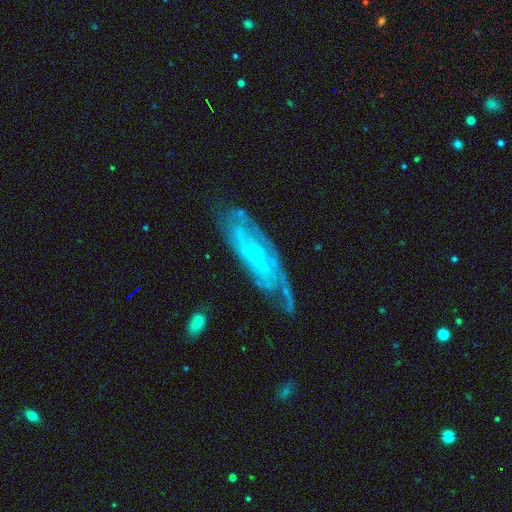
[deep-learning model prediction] Overall: featured or disk (73%). Edge-on disk: no (81%). Bar: no (53%; weak 35%). Spiral arms: yes (81%). Bulge size: small (48%; none 36%). Merging: none (55%; minor disturbance 26%).